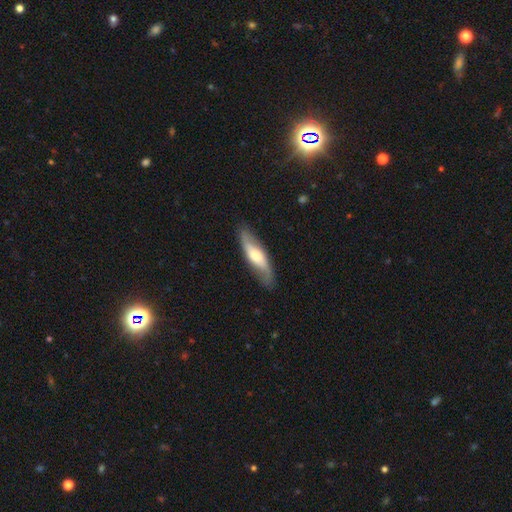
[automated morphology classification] Smooth or featured? featured or disk (58%)
Edge-on disk? no (64%)
Merging? none (82%)